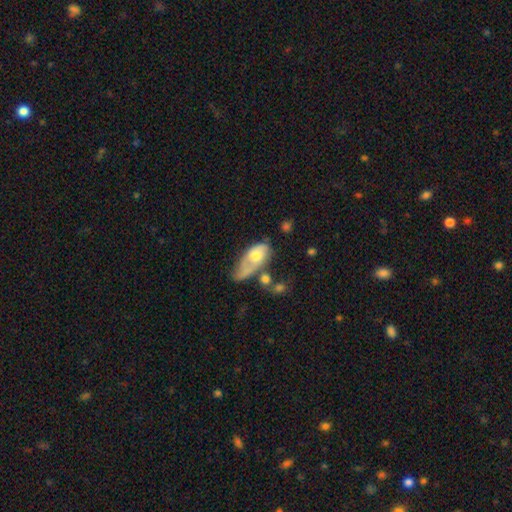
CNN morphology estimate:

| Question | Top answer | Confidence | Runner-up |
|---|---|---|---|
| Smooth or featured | smooth | 49% | featured or disk (44%) |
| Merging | major disturbance | 31% | minor disturbance (28%) |